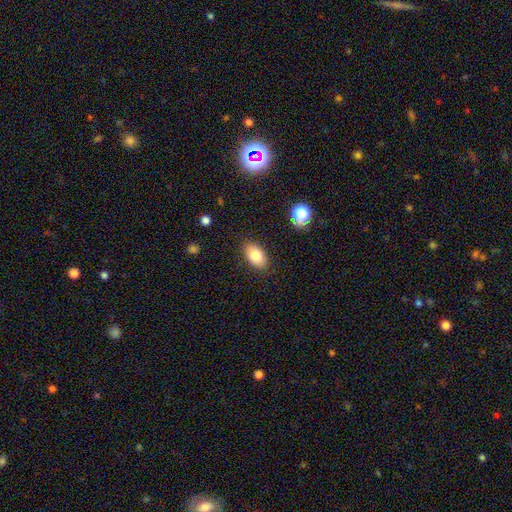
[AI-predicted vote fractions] Smooth or featured: smooth — 82% (featured or disk — 10%)
How rounded: in between — 91% (round — 8%)
Merging: none — 86% (minor disturbance — 10%)